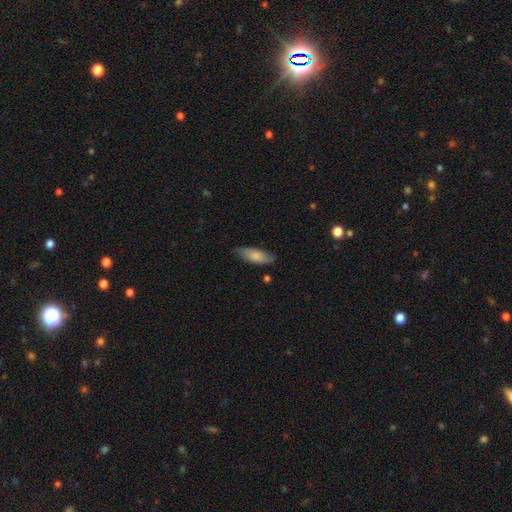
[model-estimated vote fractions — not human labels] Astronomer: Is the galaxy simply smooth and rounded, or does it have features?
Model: smooth — 78%.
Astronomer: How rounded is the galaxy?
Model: in between — 71%.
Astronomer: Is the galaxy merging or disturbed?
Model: none — 78%.